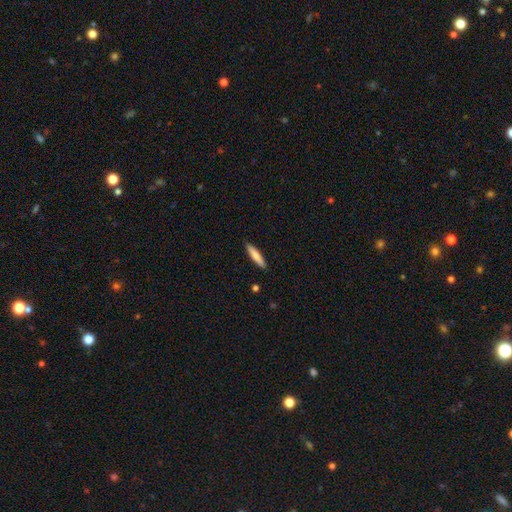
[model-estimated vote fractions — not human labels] smooth 76%, featured or disk 19%, star or artifact 5%. Down the decision tree: how rounded — cigar-shaped (85%); merging — none (90%).